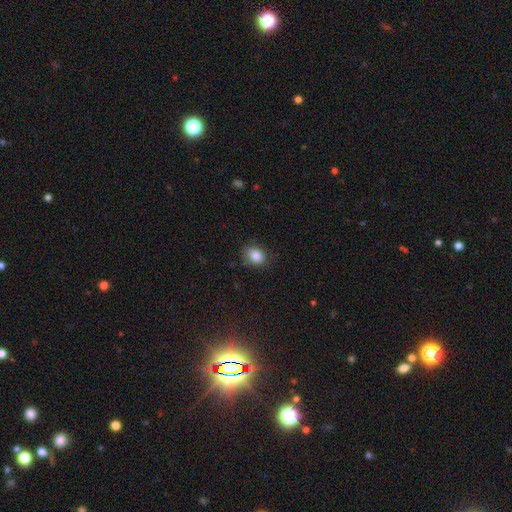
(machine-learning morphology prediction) Smooth or featured: smooth — 84% (star or artifact — 9%)
How rounded: in between — 61% (round — 38%)
Merging: none — 80% (minor disturbance — 15%)